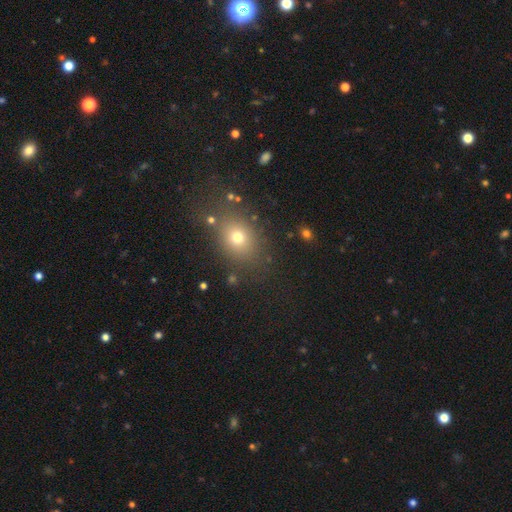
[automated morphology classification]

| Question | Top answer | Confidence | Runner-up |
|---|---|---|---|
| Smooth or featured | smooth | 59% | star or artifact (29%) |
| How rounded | round | 50% | in between (47%) |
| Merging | none | 80% | minor disturbance (11%) |